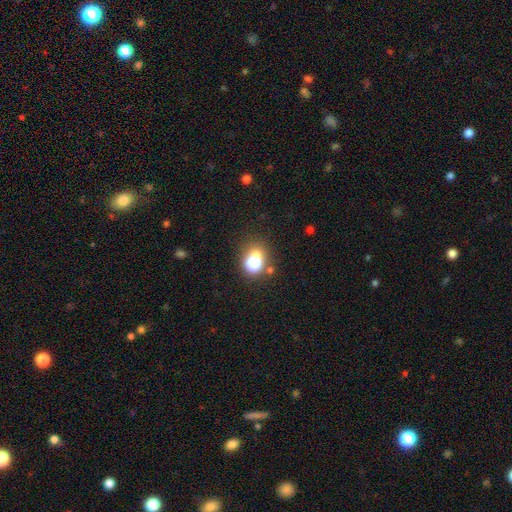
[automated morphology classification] A smooth galaxy with no disk features (60%) that is round (62%).

Vote fractions:
- Smooth or featured? smooth: 60% / star or artifact: 27% / featured or disk: 13%
- How rounded? round: 62% / in between: 36% / cigar-shaped: 1%
- Merging? none: 59% / merger: 20% / minor disturbance: 14% / major disturbance: 8%